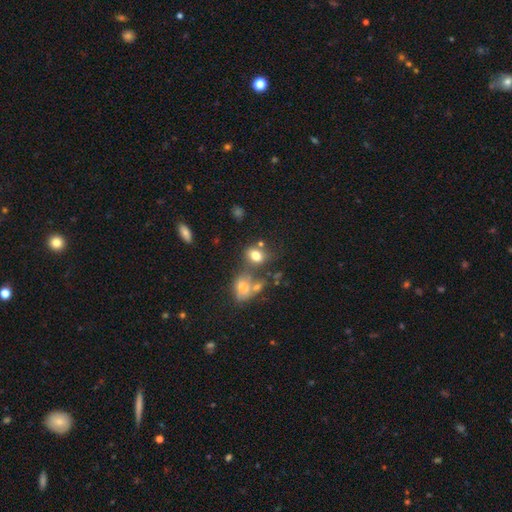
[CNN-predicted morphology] Smooth or featured? smooth (77%)
How rounded? in between (62%)
Merging? none (51%)